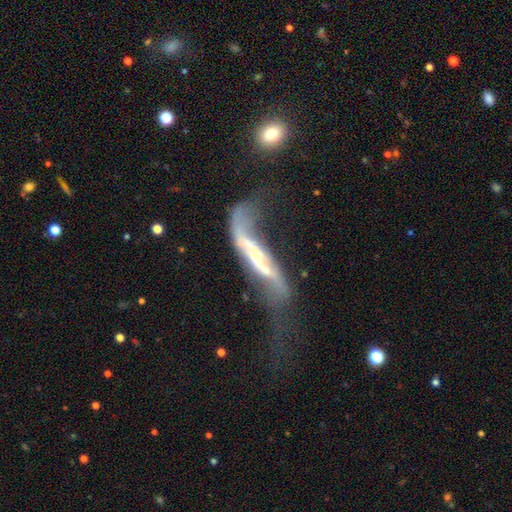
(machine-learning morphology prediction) Smooth or featured?
  - featured or disk: 79% *
  - smooth: 14%
  - star or artifact: 7%
Edge-on disk?
  - no: 68% *
  - yes: 32%
Bar?
  - strong: 39% *
  - no: 36%
  - weak: 26%
Spiral arms?
  - yes: 75% *
  - no: 25%
Bulge size?
  - small: 62% *
  - moderate: 27%
  - none: 6%
  - large: 3%
  - dominant: 2%
Merging?
  - major disturbance: 44% *
  - none: 23%
  - merger: 18%
  - minor disturbance: 16%